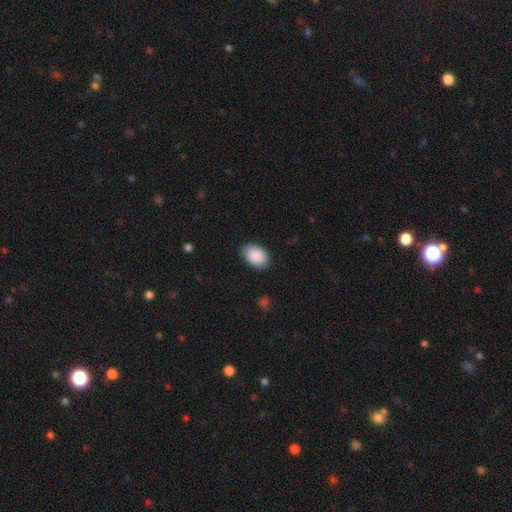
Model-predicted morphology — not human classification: Overall: smooth (90%). How rounded: in between (86%). Merging: none (83%).